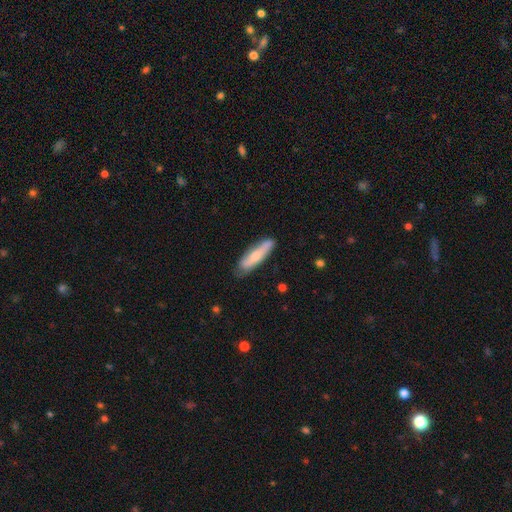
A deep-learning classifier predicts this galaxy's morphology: smooth_or_featured: smooth (p=0.64) [alt: featured or disk p=0.31]
how_rounded: cigar-shaped (p=0.73) [alt: in between p=0.25]
merging: none (p=0.75) [alt: minor disturbance p=0.20]